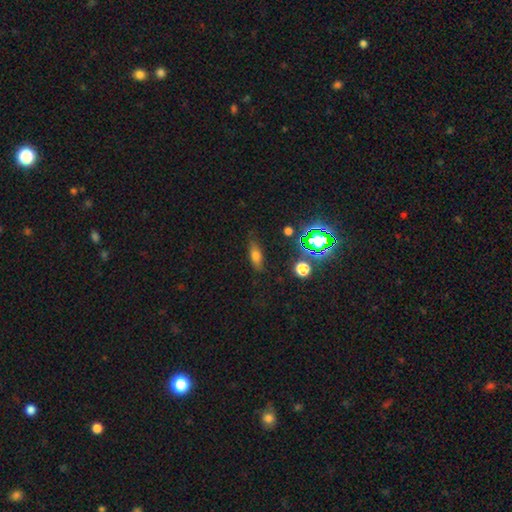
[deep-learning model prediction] smooth 65%, featured or disk 18%, star or artifact 17%. Down the decision tree: how rounded — in between (60%); merging — none (78%).